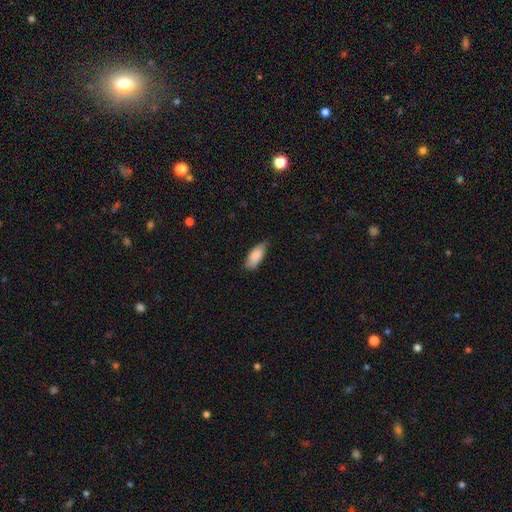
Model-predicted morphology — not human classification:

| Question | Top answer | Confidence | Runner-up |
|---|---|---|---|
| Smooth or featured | smooth | 85% | featured or disk (9%) |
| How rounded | in between | 83% | cigar-shaped (15%) |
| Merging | none | 75% | minor disturbance (21%) |